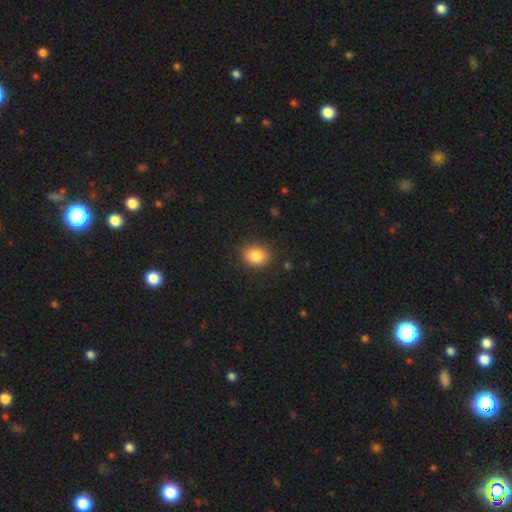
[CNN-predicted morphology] A smooth galaxy with no disk features (85%) that is in between round and cigar-shaped (52%).

Vote fractions:
- Smooth or featured? smooth: 85% / star or artifact: 9% / featured or disk: 6%
- How rounded? in between: 52% / round: 47% / cigar-shaped: 1%
- Merging? none: 87% / minor disturbance: 9% / major disturbance: 3% / merger: 1%